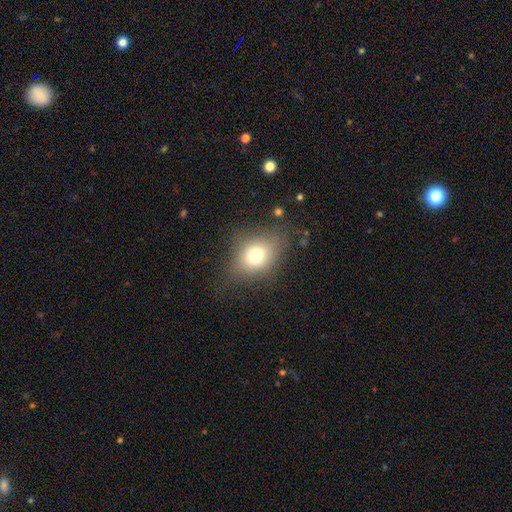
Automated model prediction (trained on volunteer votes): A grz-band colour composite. It shows a smooth galaxy with no disk features (73%) that is in between round and cigar-shaped (61%). Merging: none (73%).